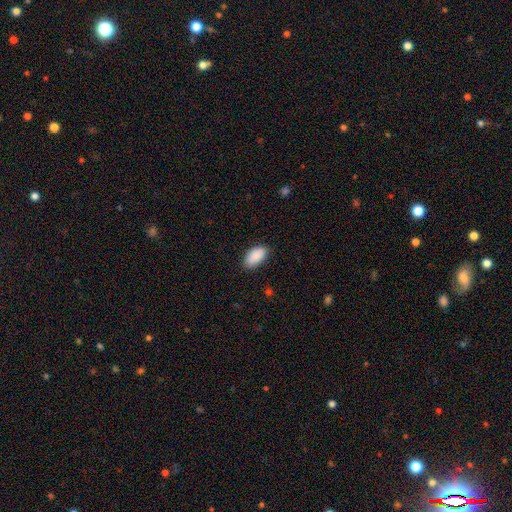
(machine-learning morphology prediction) Smooth or featured? smooth (90%)
How rounded? in between (94%)
Merging? none (84%)